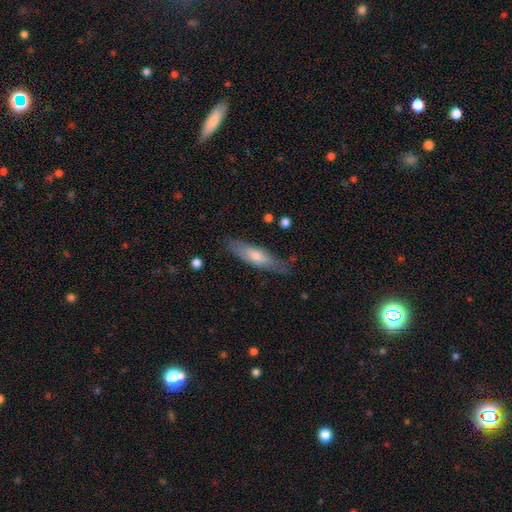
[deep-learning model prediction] Q: Smooth or featured?
A: smooth (58%); runner-up: featured or disk (35%)
Q: How rounded?
A: cigar-shaped (70%); runner-up: in between (28%)
Q: Merging?
A: none (78%); runner-up: minor disturbance (17%)